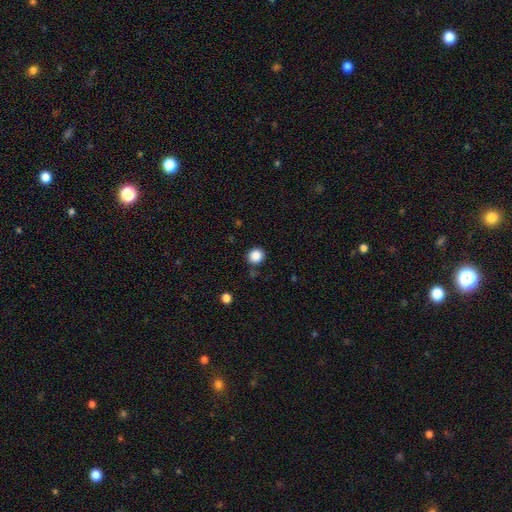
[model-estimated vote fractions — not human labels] smooth_or_featured: smooth (p=0.87) [alt: star or artifact p=0.10]
how_rounded: round (p=0.92) [alt: in between p=0.07]
merging: none (p=0.87) [alt: minor disturbance p=0.08]